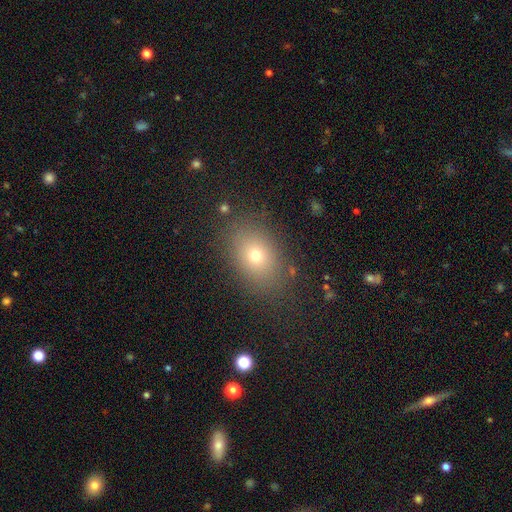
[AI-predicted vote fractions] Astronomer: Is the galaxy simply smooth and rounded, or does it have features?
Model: smooth — 70%.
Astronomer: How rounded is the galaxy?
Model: in between — 68%.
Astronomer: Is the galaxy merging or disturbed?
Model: none — 83%.